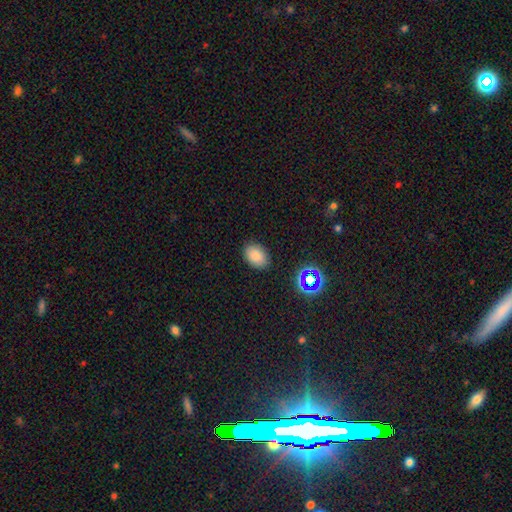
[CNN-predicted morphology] Smooth or featured? Predicted: smooth (p=0.83). How rounded? Predicted: in between (p=0.81). Merging? Predicted: none (p=0.86).